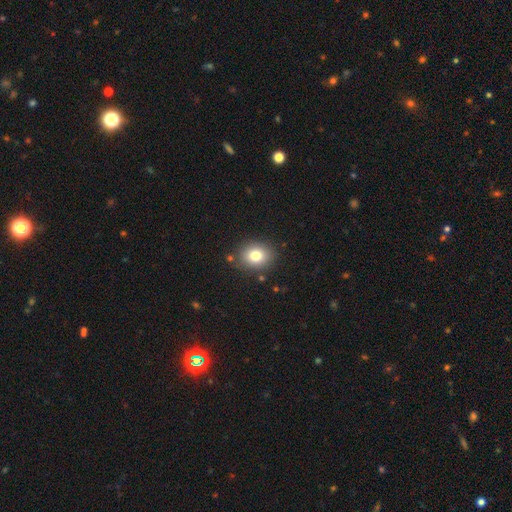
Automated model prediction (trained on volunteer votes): Smooth or featured: smooth — 79% (star or artifact — 11%)
How rounded: round — 60% (in between — 39%)
Merging: none — 85% (minor disturbance — 9%)